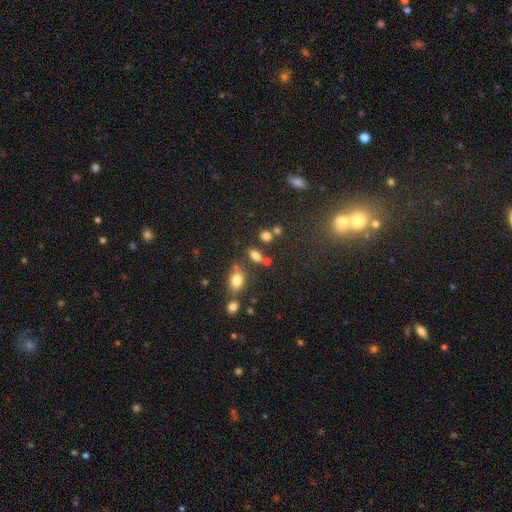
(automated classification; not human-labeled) This is likely a smooth galaxy (75%). How rounded: clearly in between (80%). Merging: likely none (62%).